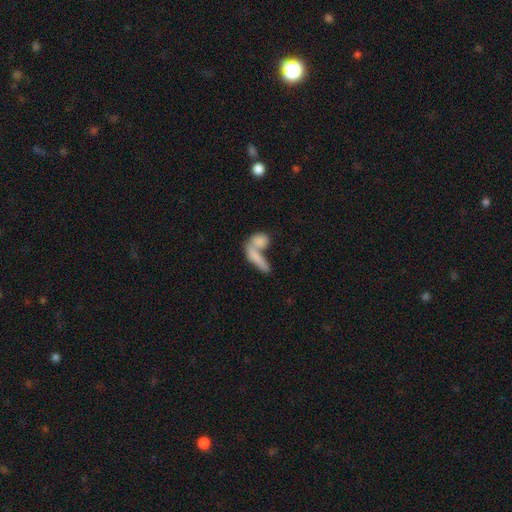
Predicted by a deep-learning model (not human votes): Overall: smooth (75%). How rounded: cigar-shaped (45%; in between 43%). Merging: merger (53%; none 32%).